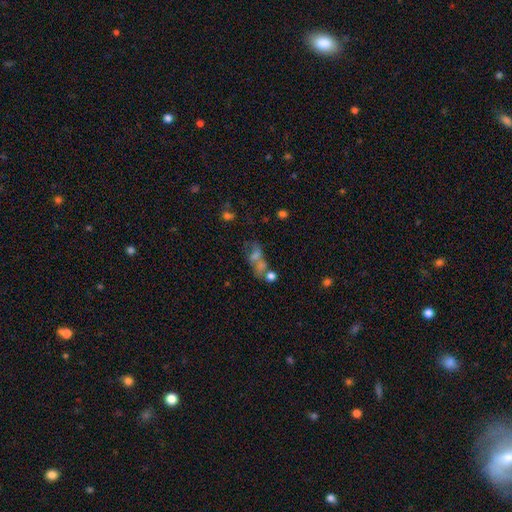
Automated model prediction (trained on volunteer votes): This appears to be a smooth galaxy with no disk features (45%). Merging: merger (37%).